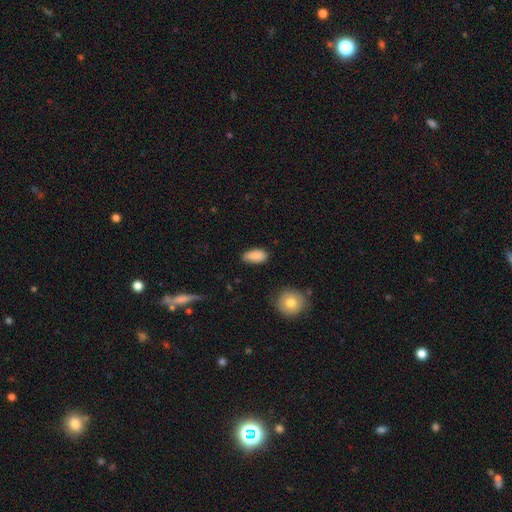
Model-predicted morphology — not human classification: smooth-or-featured: smooth: 88% | star or artifact: 7% | featured or disk: 5%
  how-rounded: in between: 92% | cigar-shaped: 5% | round: 3%
  merging: none: 76% | minor disturbance: 19% | major disturbance: 3% | merger: 2%